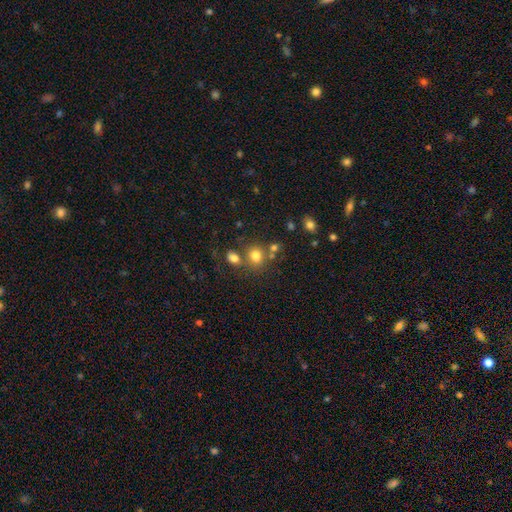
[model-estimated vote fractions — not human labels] Smooth or featured? smooth (76%)
How rounded? round (64%)
Merging? none (57%)